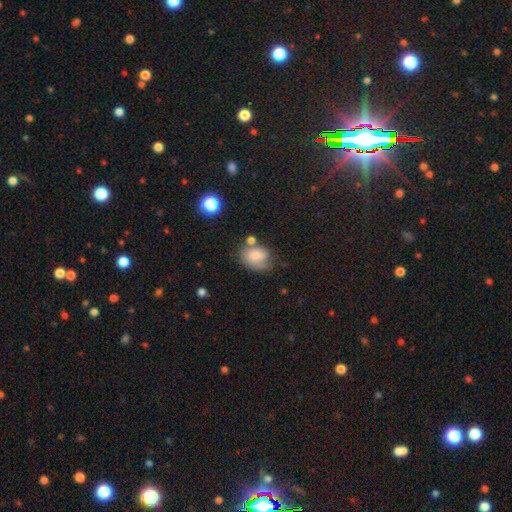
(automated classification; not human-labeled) A smooth galaxy with no disk features (69%) that is in between round and cigar-shaped (63%).

Vote fractions:
- Smooth or featured? smooth: 69% / featured or disk: 21% / star or artifact: 10%
- How rounded? in between: 63% / round: 36% / cigar-shaped: 1%
- Merging? none: 45% / minor disturbance: 29% / major disturbance: 14% / merger: 12%